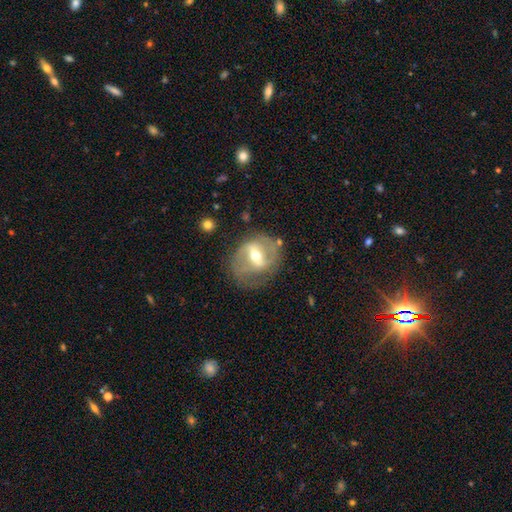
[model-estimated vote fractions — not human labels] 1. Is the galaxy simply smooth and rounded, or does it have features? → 76% featured or disk, 17% smooth, 7% star or artifact.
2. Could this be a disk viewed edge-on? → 95% no, 5% yes.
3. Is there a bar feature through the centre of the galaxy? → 48% strong, 38% weak, 14% no.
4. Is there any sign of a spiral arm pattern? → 73% yes, 27% no.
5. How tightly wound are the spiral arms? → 44% medium, 34% tight, 22% loose.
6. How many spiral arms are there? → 69% 2, 18% can't tell, 8% 1, 3% 3, 1% 4, 1% more than 4.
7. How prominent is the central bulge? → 64% moderate, 30% small, 4% large, 1% none, 1% dominant.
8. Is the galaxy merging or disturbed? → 64% none, 21% minor disturbance, 13% major disturbance, 2% merger.